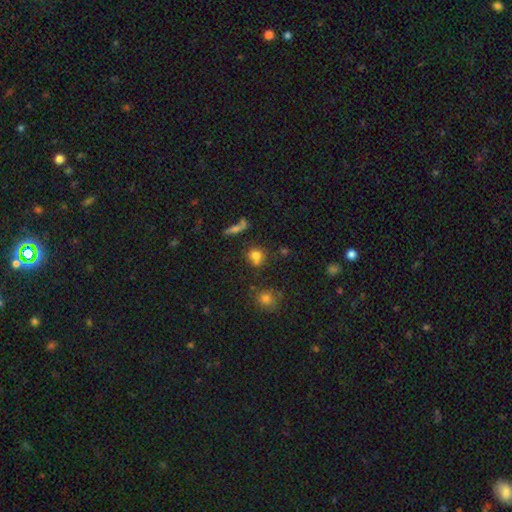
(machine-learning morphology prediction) The model was most divided on "merging": none: 60%, merger: 23%, minor disturbance: 12%, major disturbance: 5%. More confident: how rounded — round (81%); smooth or featured — smooth (74%).